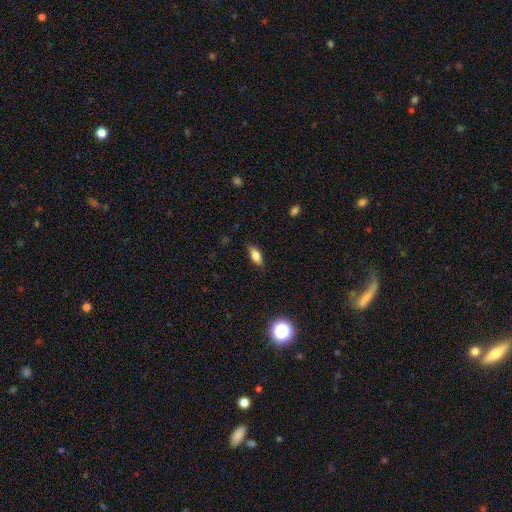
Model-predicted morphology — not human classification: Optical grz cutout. It shows a smooth galaxy with no disk features (80%) that is in between round and cigar-shaped (84%). Merging: none (84%).